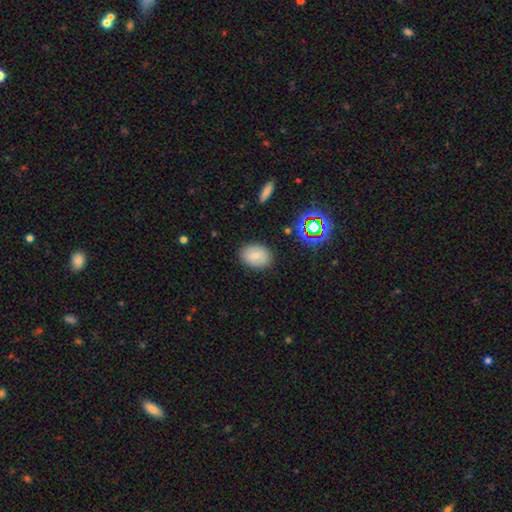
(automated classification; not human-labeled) Morphology: type=smooth (76%); roundness=in between (70%); merging=none (86%).